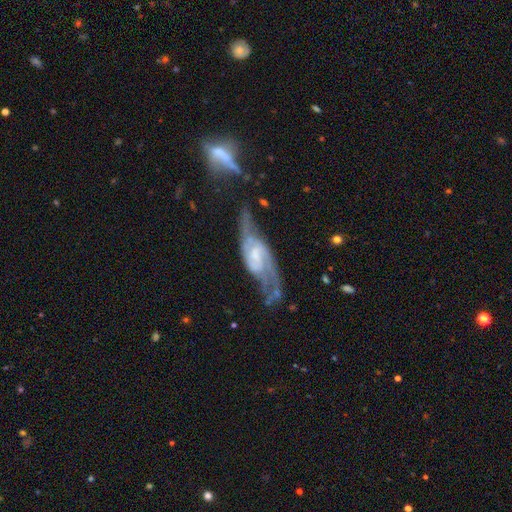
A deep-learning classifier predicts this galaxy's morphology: A featured or disk galaxy (85%) with a weak bar (51%), 2 (85%) medium (47%) spiral arms (94%) and a small central bulge (40%). Merging: none (54%).